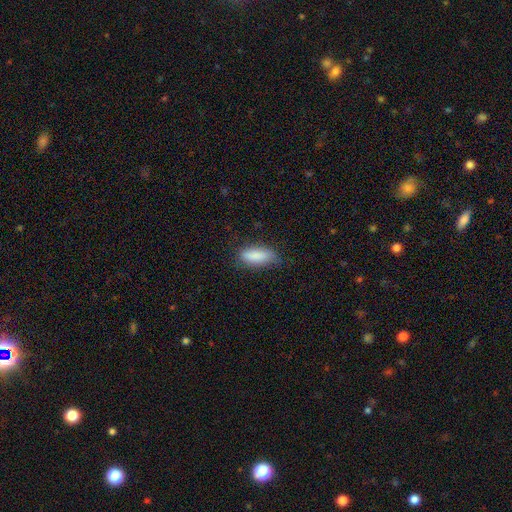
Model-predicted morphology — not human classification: This is clearly a smooth galaxy (86%). How rounded: likely in between (72%). Merging: likely none (71%).